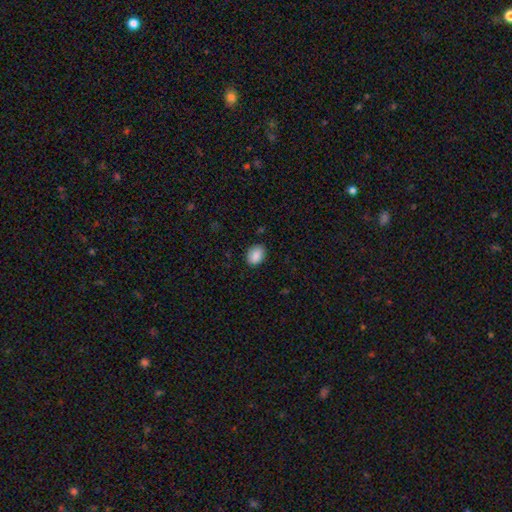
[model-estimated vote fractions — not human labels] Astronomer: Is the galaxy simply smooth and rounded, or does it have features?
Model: smooth — 88%.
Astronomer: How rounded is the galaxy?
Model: in between — 75%.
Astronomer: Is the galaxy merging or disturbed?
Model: none — 84%.